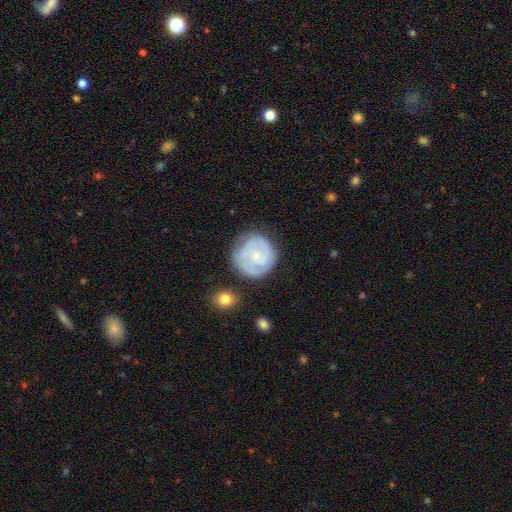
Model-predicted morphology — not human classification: featured or disk 70%, smooth 24%, star or artifact 6%. Down the decision tree: edge-on disk — no (98%); bar — no (73%); spiral arms — yes (87%); spiral arm count — 2 (35%); spiral winding — tight (64%); bulge size — small (76%); merging — none (72%).